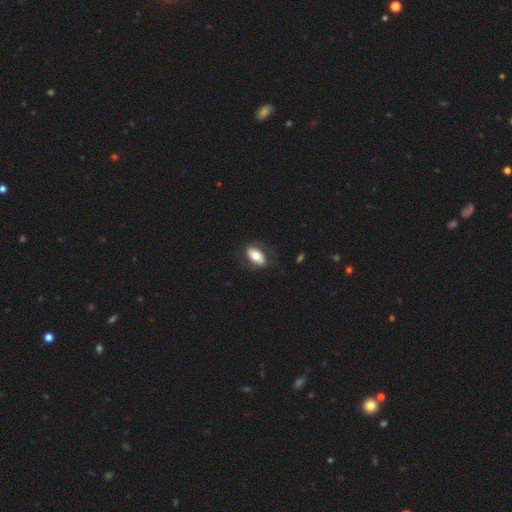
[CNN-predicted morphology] smooth-or-featured: smooth: 63% | featured or disk: 31% | star or artifact: 6%
  how-rounded: in between: 90% | round: 6% | cigar-shaped: 4%
  merging: none: 76% | minor disturbance: 16% | major disturbance: 7% | merger: 1%